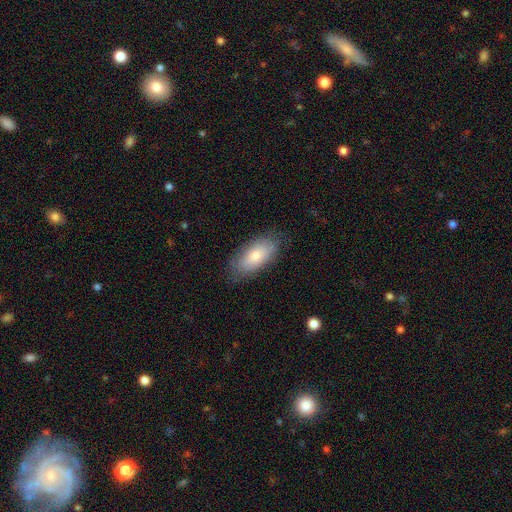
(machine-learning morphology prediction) smooth_or_featured: smooth (p=0.74) [alt: featured or disk p=0.19]
how_rounded: in between (p=0.90) [alt: cigar-shaped p=0.07]
merging: none (p=0.77) [alt: minor disturbance p=0.17]